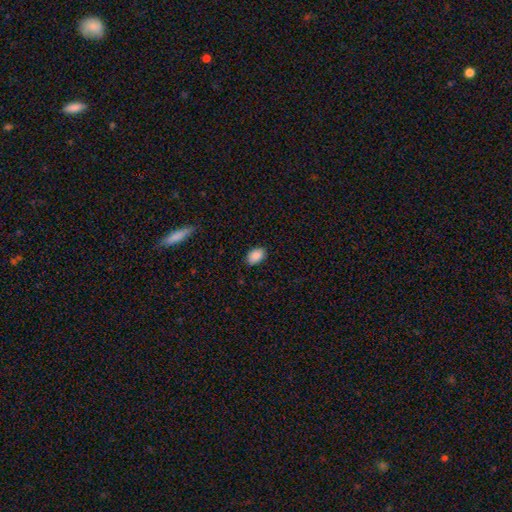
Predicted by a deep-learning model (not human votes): A smooth galaxy with no disk features (89%) that is in between round and cigar-shaped (88%).

Vote fractions:
- Smooth or featured? smooth: 89% / star or artifact: 8% / featured or disk: 3%
- How rounded? in between: 88% / round: 10% / cigar-shaped: 1%
- Merging? none: 85% / minor disturbance: 12% / major disturbance: 2% / merger: 1%